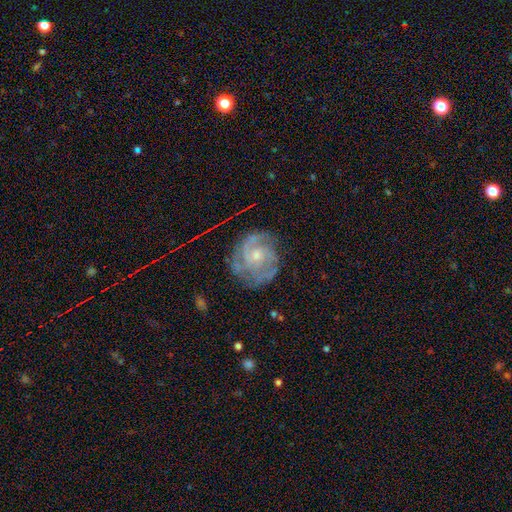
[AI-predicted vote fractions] A featured or disk galaxy (82%) with no bar (70%), 2 (32%) tight (54%) spiral arms (93%) and a small central bulge (56%). Merging: none (68%).